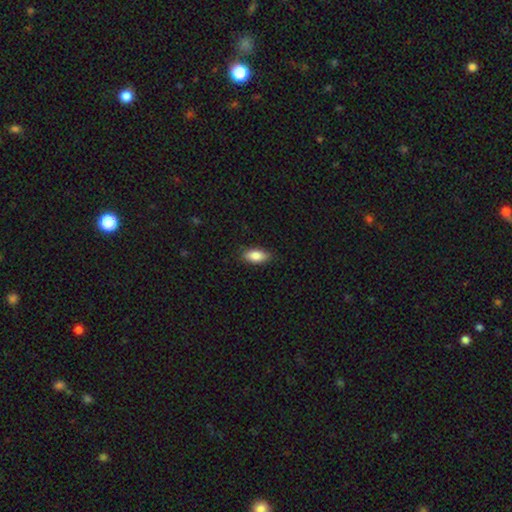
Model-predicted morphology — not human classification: This appears to be a smooth galaxy with no disk features (87%) that is in between round and cigar-shaped (89%). Merging: none (86%).